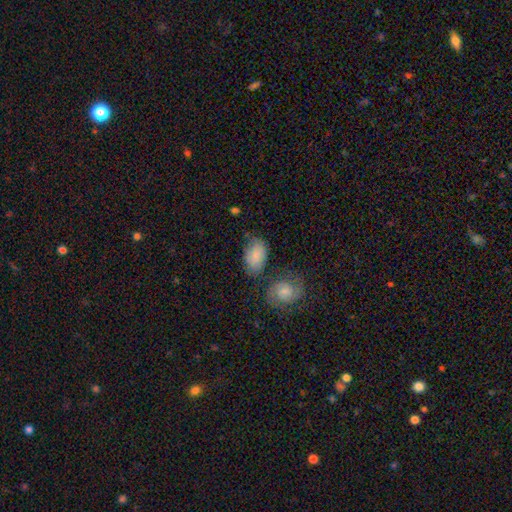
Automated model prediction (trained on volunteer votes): smooth 78%, featured or disk 15%, star or artifact 7%. Down the decision tree: how rounded — in between (88%); merging — none (56%).